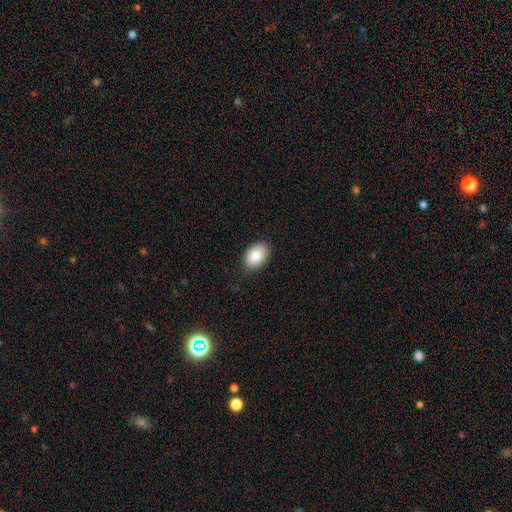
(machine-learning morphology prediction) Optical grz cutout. It shows a smooth galaxy with no disk features (85%) that is in between round and cigar-shaped (85%). Merging: none (81%).